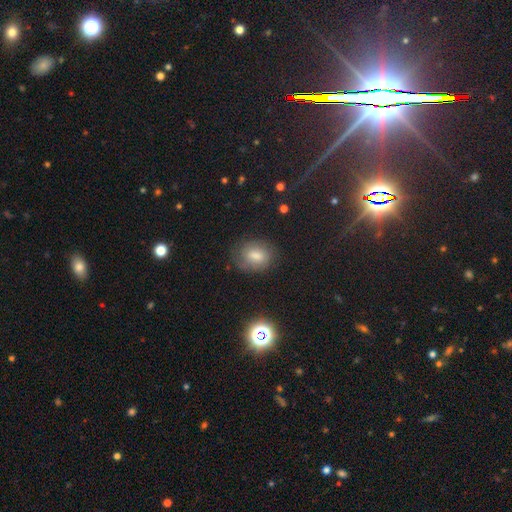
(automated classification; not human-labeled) This appears to be a smooth galaxy with no disk features (72%) that is in between round and cigar-shaped (57%). Merging: none (71%).